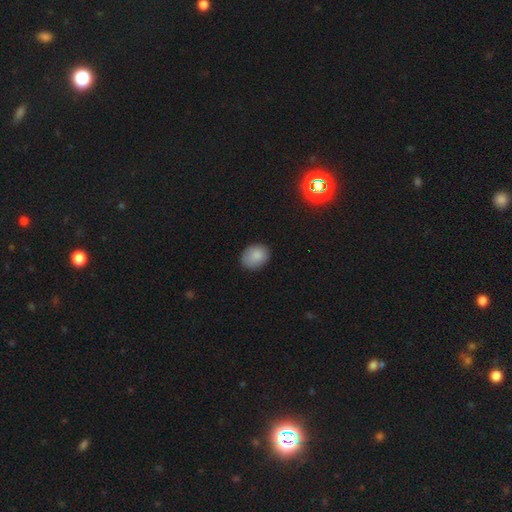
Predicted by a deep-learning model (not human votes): smooth-or-featured: smooth: 86% | star or artifact: 8% | featured or disk: 6%
  how-rounded: in between: 57% | round: 43% | cigar-shaped: 1%
  merging: none: 82% | minor disturbance: 14% | major disturbance: 3% | merger: 1%